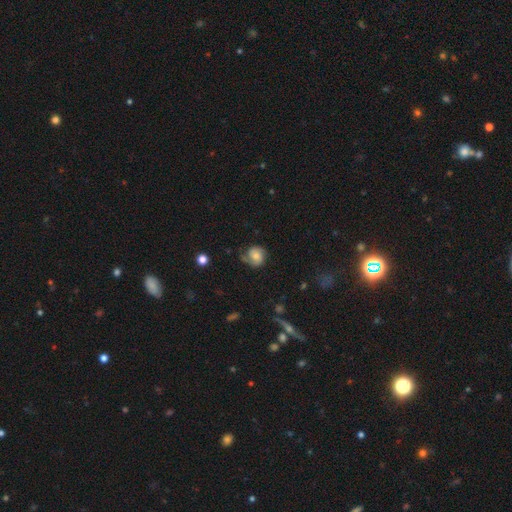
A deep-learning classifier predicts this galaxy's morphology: A featured or disk galaxy (53%) with no bar (65%), spiral arms (90%) and a moderate central bulge (41%). Merging: none (54%).